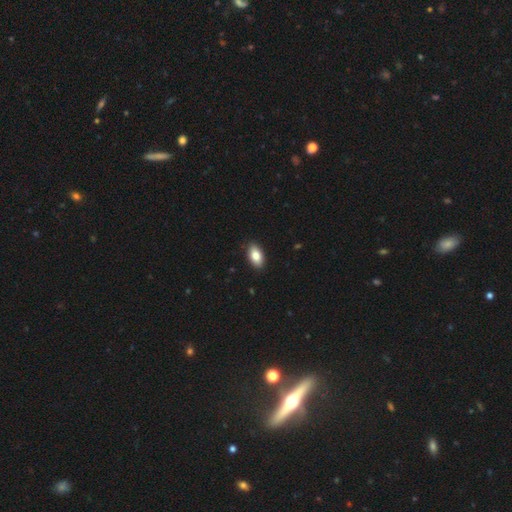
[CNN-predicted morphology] Smooth or featured?
  - smooth: 84% *
  - featured or disk: 9%
  - star or artifact: 7%
How rounded?
  - in between: 93% *
  - round: 4%
  - cigar-shaped: 3%
Merging?
  - none: 89% *
  - minor disturbance: 8%
  - major disturbance: 2%
  - merger: 1%